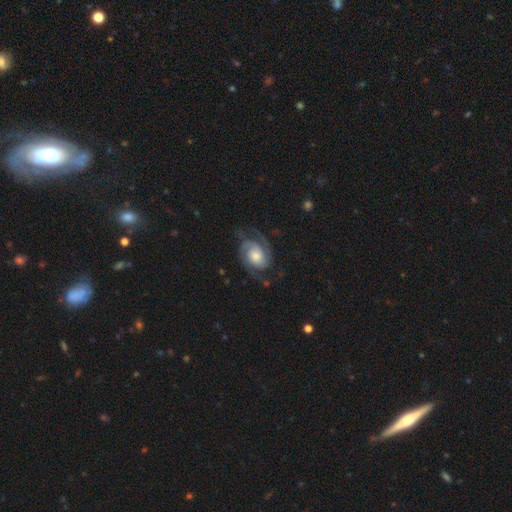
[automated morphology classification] smooth_or_featured: featured or disk (p=0.86) [alt: smooth p=0.09]
disk_edge_on: no (p=0.98) [alt: yes p=0.02]
bar: no (p=0.73) [alt: weak p=0.21]
has_spiral_arms: yes (p=0.97) [alt: no p=0.03]
spiral_winding: medium (p=0.44) [alt: tight p=0.41]
spiral_arm_count: 2 (p=0.87) [alt: can't tell p=0.04]
bulge_size: moderate (p=0.44) [alt: small p=0.25]
merging: none (p=0.71) [alt: minor disturbance p=0.17]